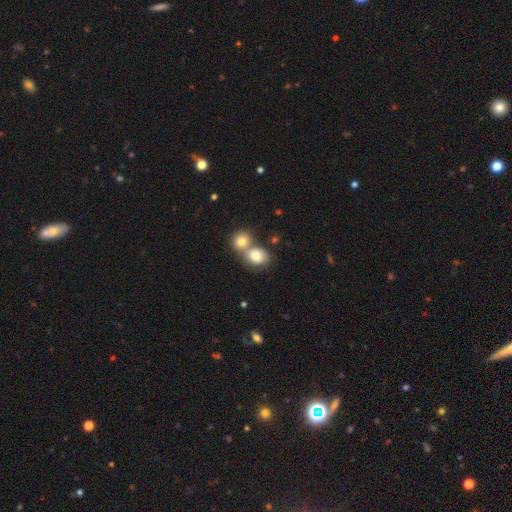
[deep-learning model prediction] Q: Smooth or featured?
A: smooth (78%); runner-up: featured or disk (13%)
Q: How rounded?
A: round (58%); runner-up: in between (41%)
Q: Merging?
A: merger (59%); runner-up: none (31%)